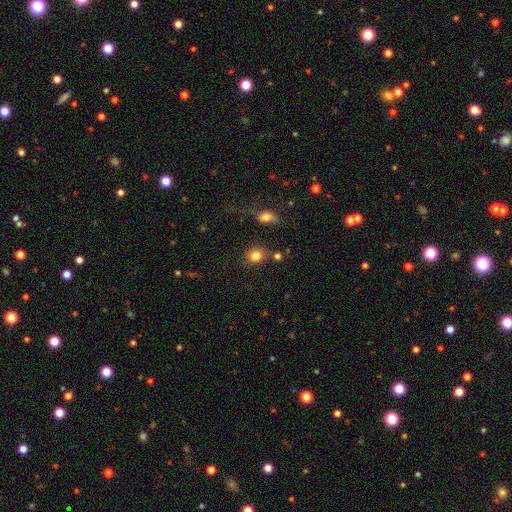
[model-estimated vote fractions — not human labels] smooth_or_featured: smooth (p=0.82) [alt: star or artifact p=0.11]
how_rounded: round (p=0.69) [alt: in between p=0.30]
merging: none (p=0.71) [alt: minor disturbance p=0.13]